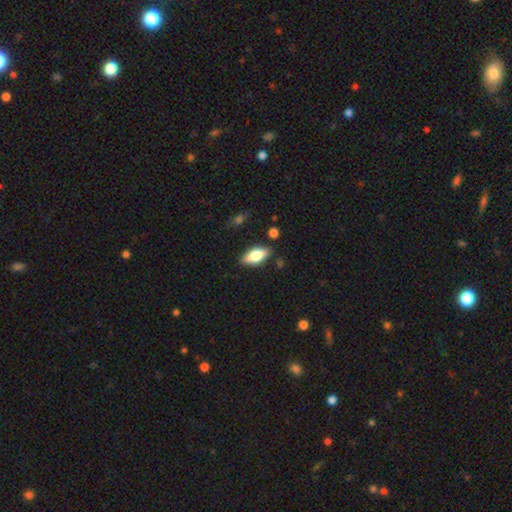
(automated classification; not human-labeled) A smooth galaxy with no disk features (69%) that is in between round and cigar-shaped (82%).

Vote fractions:
- Smooth or featured? smooth: 69% / featured or disk: 24% / star or artifact: 7%
- How rounded? in between: 82% / cigar-shaped: 15% / round: 3%
- Merging? none: 83% / minor disturbance: 12% / major disturbance: 3% / merger: 2%